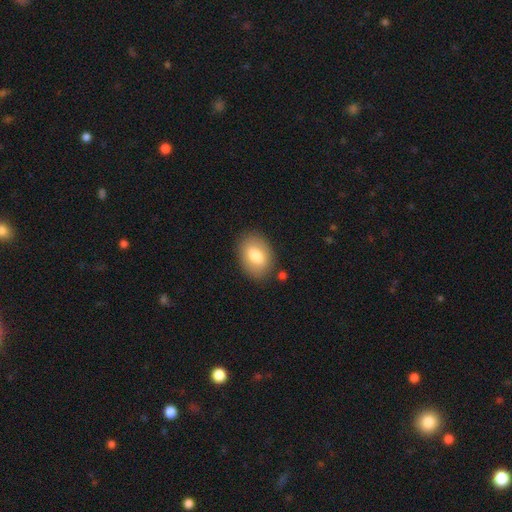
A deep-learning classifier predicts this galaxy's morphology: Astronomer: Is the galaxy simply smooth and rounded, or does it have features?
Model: smooth — 77%.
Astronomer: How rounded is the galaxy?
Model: in between — 83%.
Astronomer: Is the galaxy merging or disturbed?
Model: none — 84%.